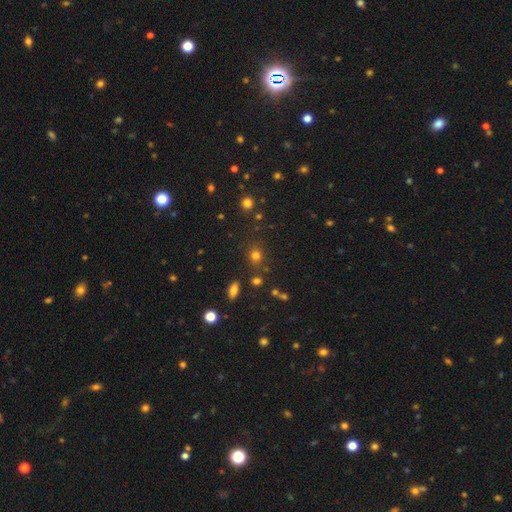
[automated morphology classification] Smooth or featured: smooth — 75% (star or artifact — 18%)
How rounded: round — 74% (in between — 24%)
Merging: none — 77% (minor disturbance — 12%)